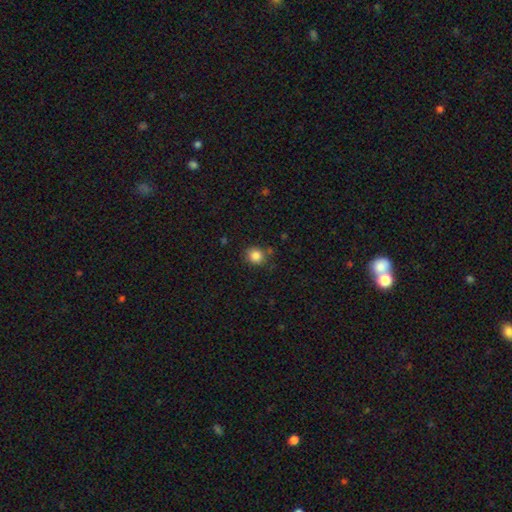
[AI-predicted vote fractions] Smooth or featured? smooth (85%)
How rounded? round (82%)
Merging? none (77%)